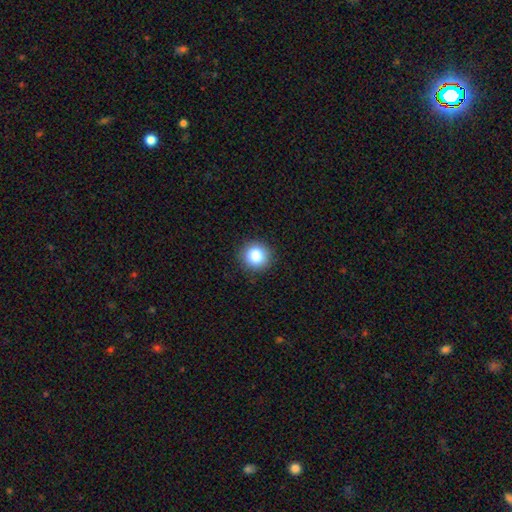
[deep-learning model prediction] The model was most divided on "smooth or featured": smooth: 85%, star or artifact: 10%, featured or disk: 5%. More confident: how rounded — round (93%); merging — none (91%).